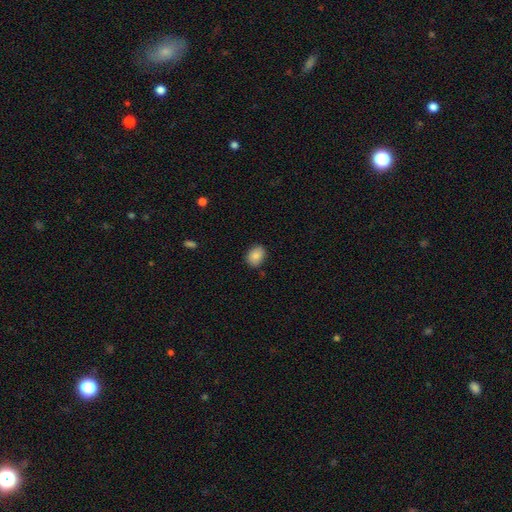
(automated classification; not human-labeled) A smooth galaxy with no disk features (85%) that is in between round and cigar-shaped (59%).

Vote fractions:
- Smooth or featured? smooth: 85% / star or artifact: 8% / featured or disk: 7%
- How rounded? in between: 59% / round: 40% / cigar-shaped: 1%
- Merging? none: 84% / minor disturbance: 12% / major disturbance: 2% / merger: 2%